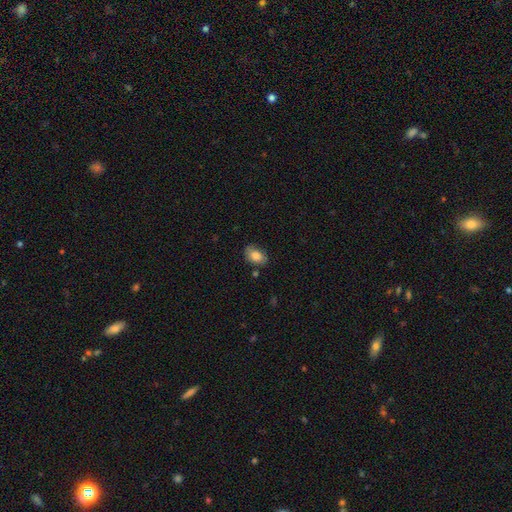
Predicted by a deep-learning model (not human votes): This is clearly a smooth galaxy (81%). How rounded: clearly in between (83%). Merging: likely none (74%).